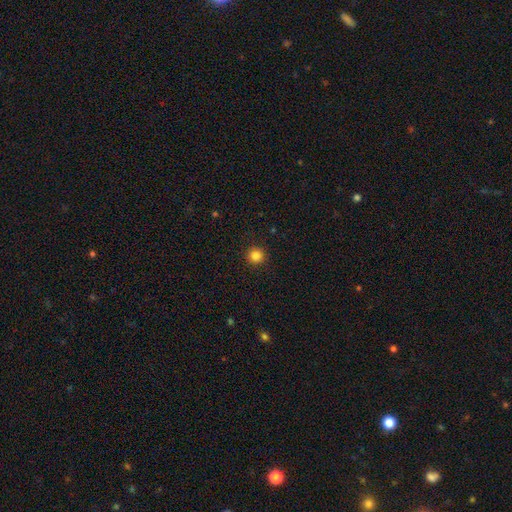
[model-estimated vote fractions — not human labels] smooth 85%, star or artifact 12%, featured or disk 4%. Down the decision tree: how rounded — round (94%); merging — none (92%).